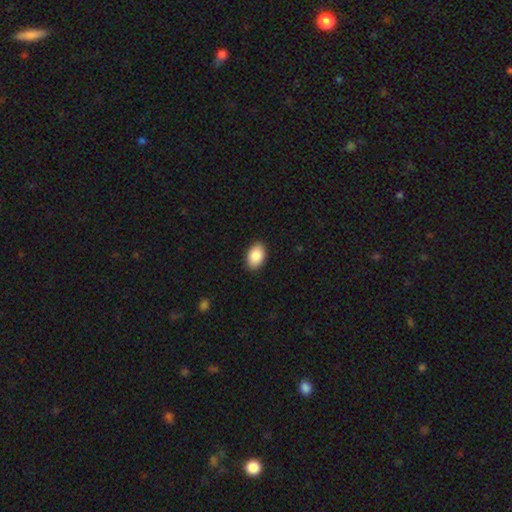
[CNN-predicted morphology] type=smooth (88%); roundness=in between (90%); merging=none (90%).